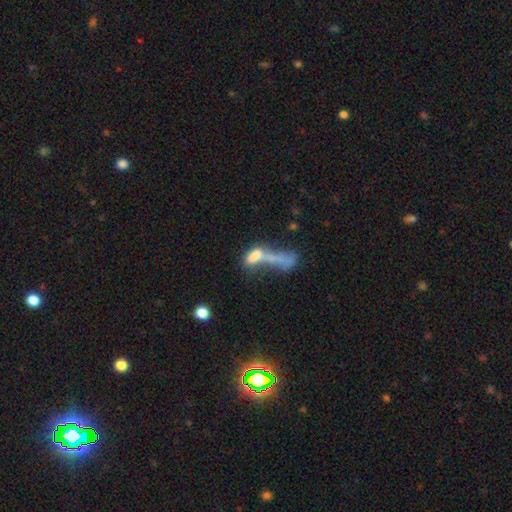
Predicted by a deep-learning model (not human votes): Smooth or featured? Predicted: smooth (p=0.53). How rounded? Predicted: in between (p=0.52). Merging? Predicted: merger (p=0.46).